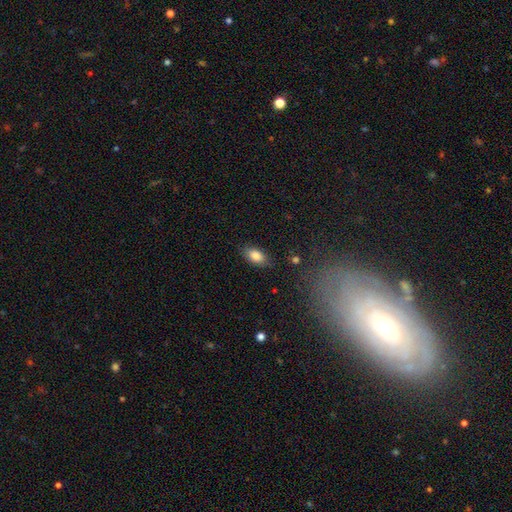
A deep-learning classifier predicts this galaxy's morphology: A smooth galaxy with no disk features (85%) that is in between round and cigar-shaped (91%).

Vote fractions:
- Smooth or featured? smooth: 85% / star or artifact: 8% / featured or disk: 8%
- How rounded? in between: 91% / round: 5% / cigar-shaped: 3%
- Merging? none: 84% / minor disturbance: 12% / major disturbance: 3% / merger: 1%